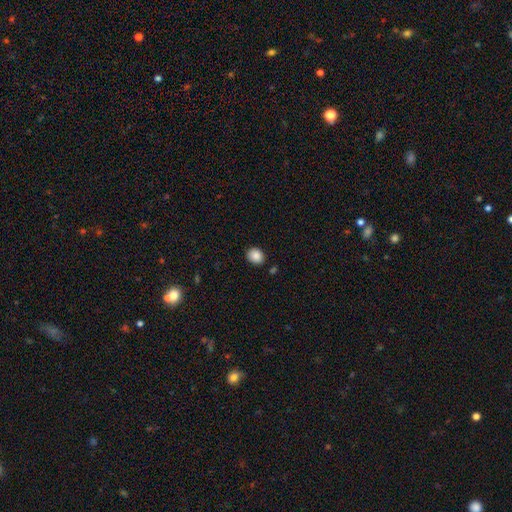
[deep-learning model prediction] Smooth or featured? smooth (88%)
How rounded? round (51%)
Merging? none (87%)